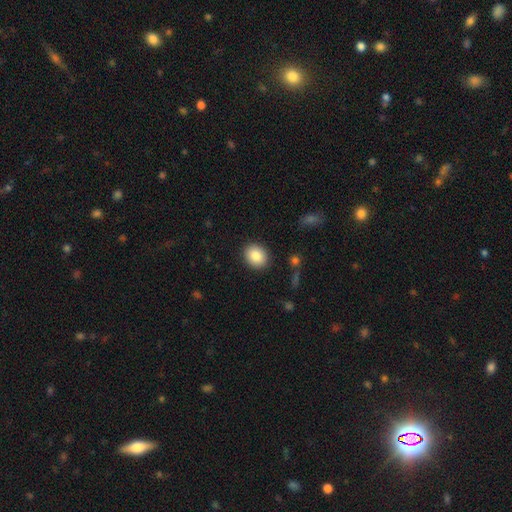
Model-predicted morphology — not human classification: type=smooth (85%); roundness=round (60%); merging=none (90%).